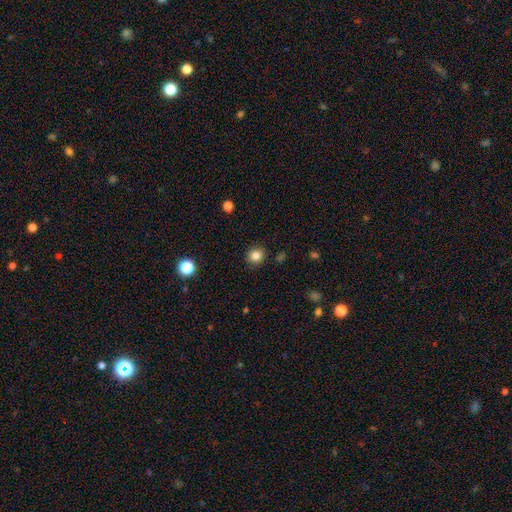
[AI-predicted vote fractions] A smooth galaxy with no disk features (83%) that is round (84%). Merging: none (88%).